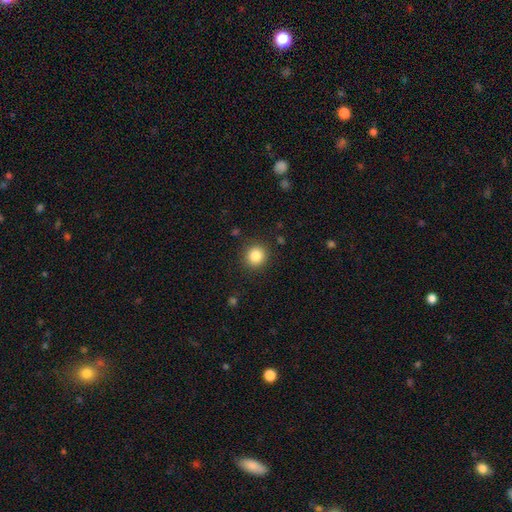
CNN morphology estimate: Overall: smooth (85%). How rounded: round (91%). Merging: none (90%).